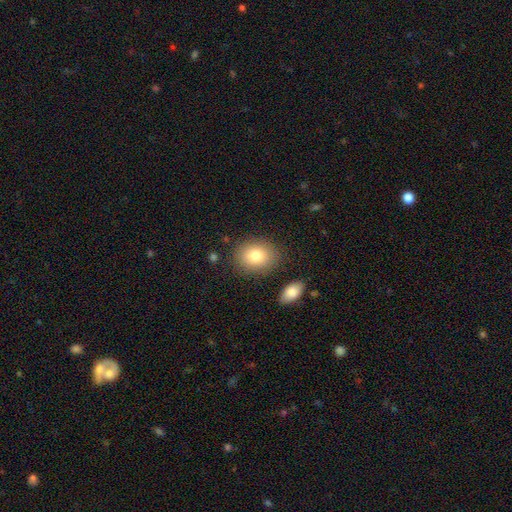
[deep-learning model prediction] smooth_or_featured: smooth (p=0.82) [alt: featured or disk p=0.10]
how_rounded: in between (p=0.55) [alt: round p=0.43]
merging: none (p=0.82) [alt: minor disturbance p=0.11]